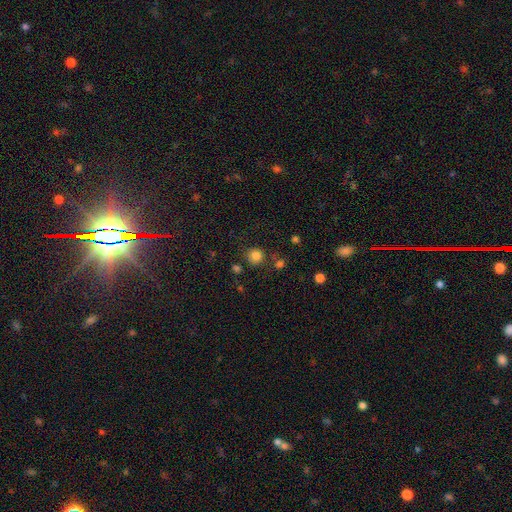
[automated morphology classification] smooth-or-featured: smooth: 82% | star or artifact: 13% | featured or disk: 5%
  how-rounded: round: 91% | in between: 8% | cigar-shaped: 1%
  merging: none: 79% | minor disturbance: 11% | merger: 5% | major disturbance: 4%